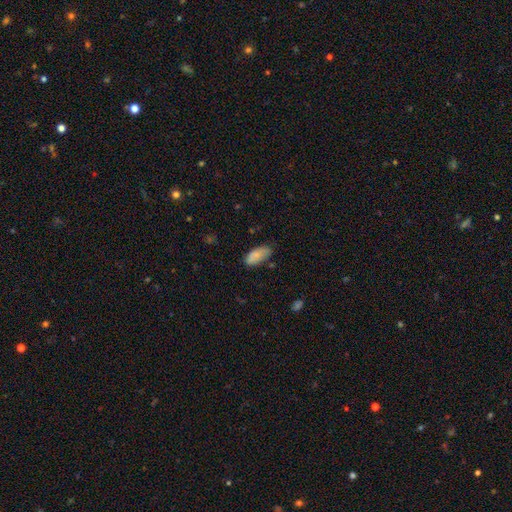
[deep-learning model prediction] The model was most divided on "merging": none: 67%, minor disturbance: 25%, major disturbance: 5%, merger: 3%. More confident: how rounded — in between (90%); smooth or featured — smooth (84%).